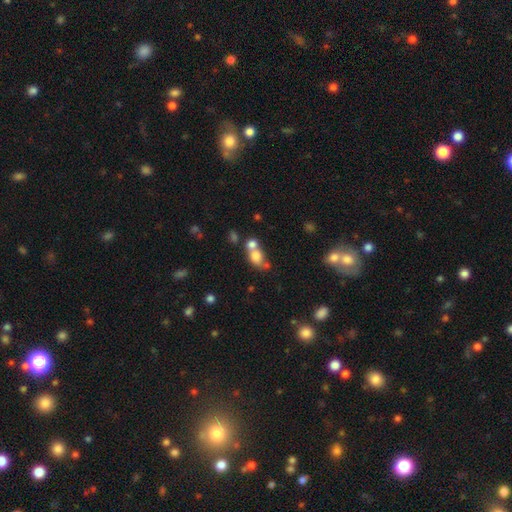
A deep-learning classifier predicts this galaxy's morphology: smooth-or-featured: smooth: 74% | featured or disk: 15% | star or artifact: 11%
  how-rounded: in between: 51% | round: 46% | cigar-shaped: 3%
  merging: merger: 57% | none: 28% | minor disturbance: 9% | major disturbance: 6%